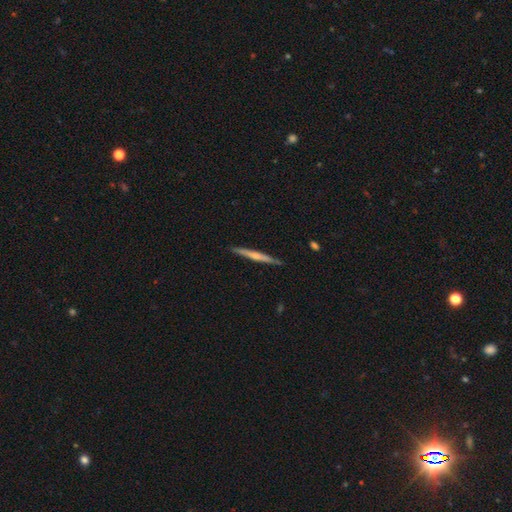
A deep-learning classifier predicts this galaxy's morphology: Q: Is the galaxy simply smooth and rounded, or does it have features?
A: featured or disk — 56%.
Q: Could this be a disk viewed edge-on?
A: yes — 97%.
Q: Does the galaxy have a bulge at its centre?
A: rounded — 51%.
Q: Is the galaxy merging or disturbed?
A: none — 90%.